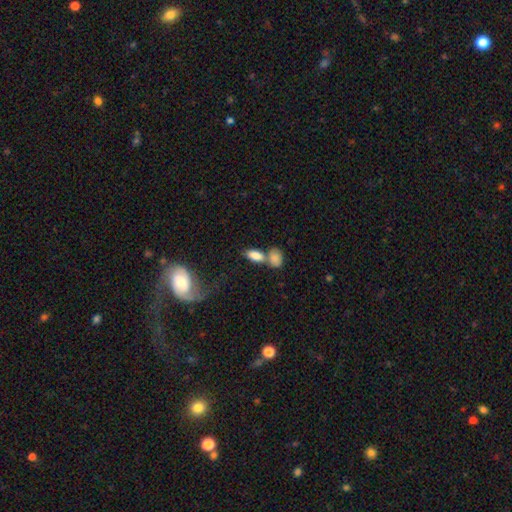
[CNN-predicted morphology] Smooth or featured?
  - smooth: 81% *
  - featured or disk: 11%
  - star or artifact: 7%
How rounded?
  - in between: 88% *
  - cigar-shaped: 6%
  - round: 6%
Merging?
  - merger: 47% *
  - none: 36%
  - minor disturbance: 11%
  - major disturbance: 6%